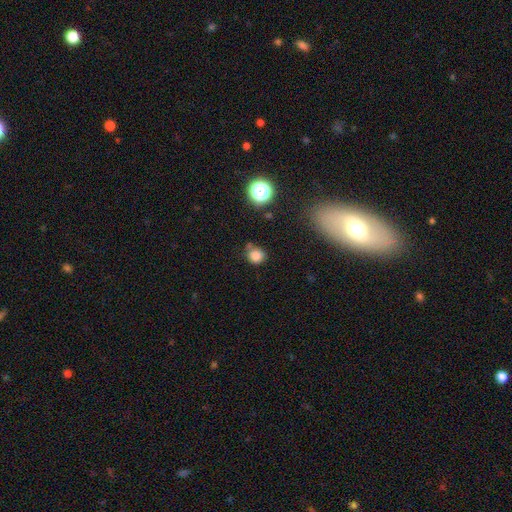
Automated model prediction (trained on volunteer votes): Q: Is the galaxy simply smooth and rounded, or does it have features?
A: smooth — 79%.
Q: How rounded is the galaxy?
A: round — 81%.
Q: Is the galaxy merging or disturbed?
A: none — 63%.